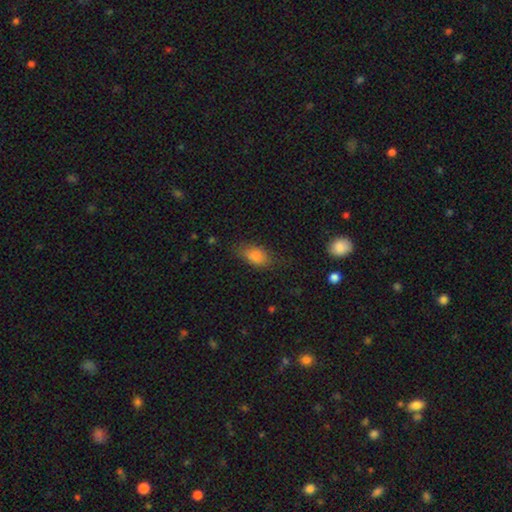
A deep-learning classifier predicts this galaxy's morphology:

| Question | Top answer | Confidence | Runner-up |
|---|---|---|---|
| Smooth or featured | smooth | 81% | featured or disk (9%) |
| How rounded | in between | 85% | round (9%) |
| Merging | none | 70% | minor disturbance (22%) |